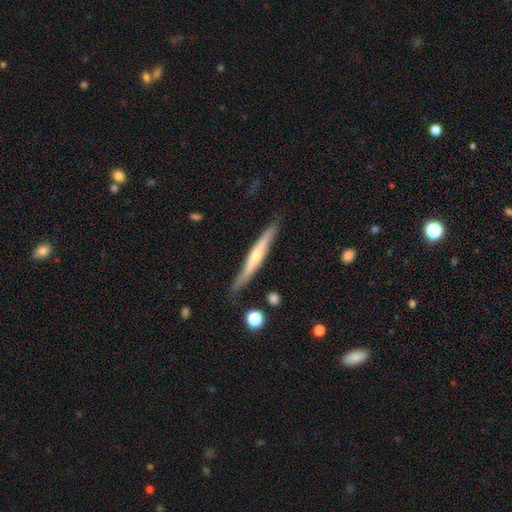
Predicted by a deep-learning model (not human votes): Q: Smooth or featured?
A: featured or disk (62%); runner-up: smooth (32%)
Q: Edge-on disk?
A: yes (95%); runner-up: no (5%)
Q: Edge-on bulge?
A: rounded (73%); runner-up: none (21%)
Q: Merging?
A: none (85%); runner-up: minor disturbance (11%)